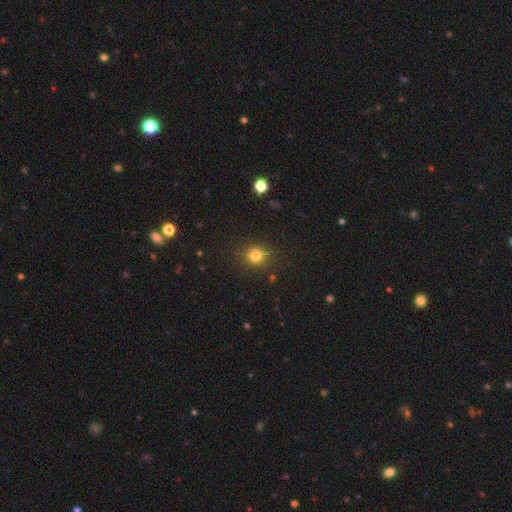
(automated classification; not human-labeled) smooth_or_featured: smooth (p=0.80) [alt: star or artifact p=0.14]
how_rounded: round (p=0.82) [alt: in between p=0.17]
merging: none (p=0.85) [alt: minor disturbance p=0.10]